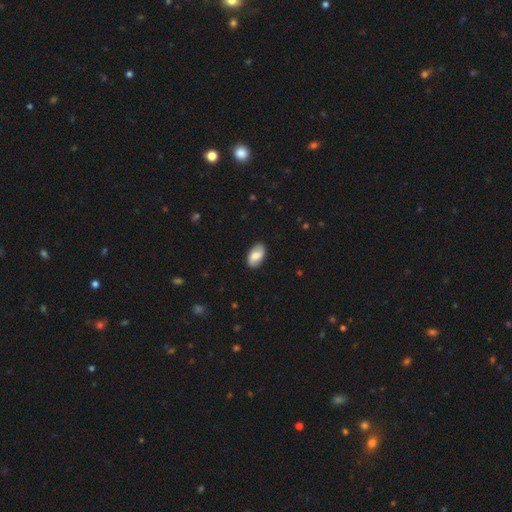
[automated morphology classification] This is likely a smooth galaxy (71%). How rounded: clearly in between (94%). Merging: clearly none (86%).